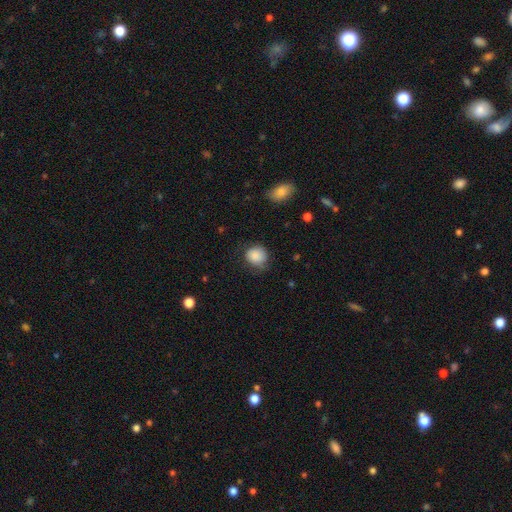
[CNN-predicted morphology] Q: Smooth or featured?
A: smooth (87%); runner-up: star or artifact (8%)
Q: How rounded?
A: round (78%); runner-up: in between (21%)
Q: Merging?
A: none (67%); runner-up: minor disturbance (25%)